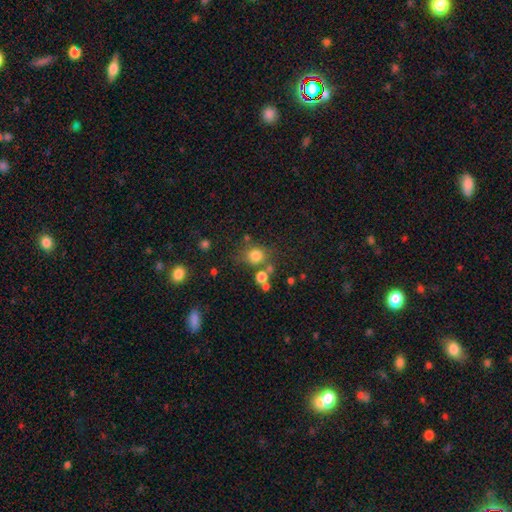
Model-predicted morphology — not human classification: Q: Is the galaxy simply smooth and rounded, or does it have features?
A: smooth — 77%.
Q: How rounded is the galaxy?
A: round — 81%.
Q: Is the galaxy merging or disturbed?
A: none — 66%.